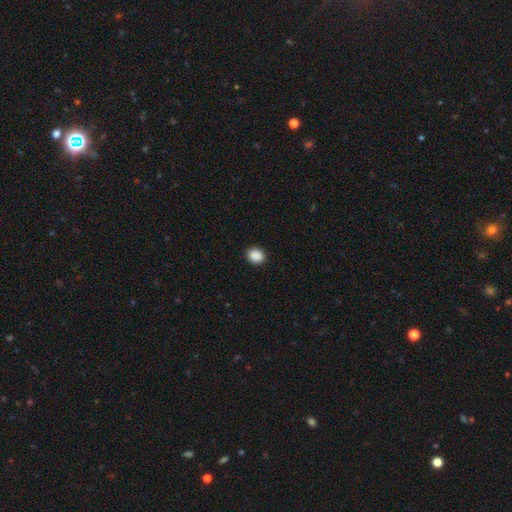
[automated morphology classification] This is clearly a smooth galaxy (90%). How rounded: possibly round (51%). Merging: clearly none (90%).